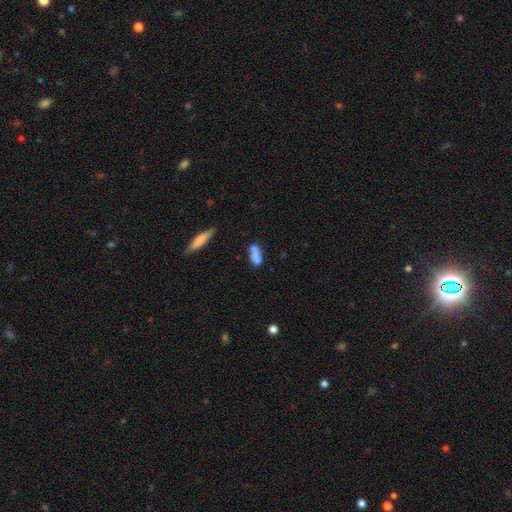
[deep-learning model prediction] Overall: smooth (77%). How rounded: in between (69%). Merging: none (52%; minor disturbance 25%).